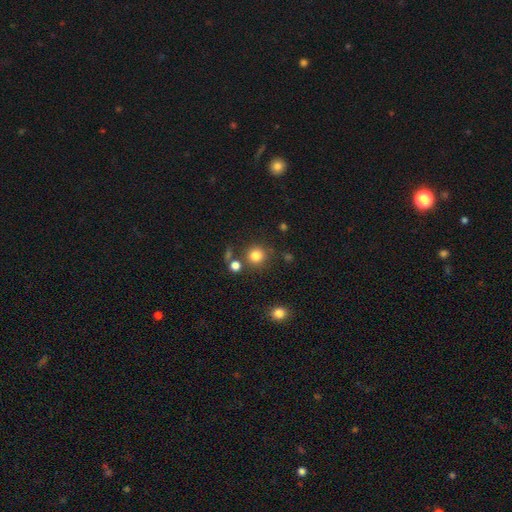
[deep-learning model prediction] Overall: smooth (81%). How rounded: round (92%). Merging: none (78%).